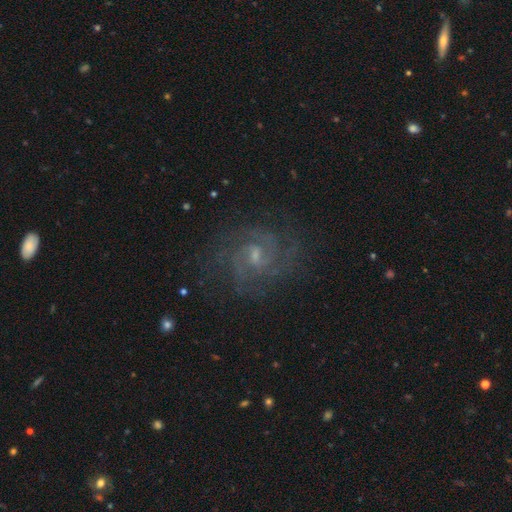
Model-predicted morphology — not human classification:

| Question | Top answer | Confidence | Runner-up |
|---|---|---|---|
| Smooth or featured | featured or disk | 88% | star or artifact (7%) |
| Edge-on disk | no | 98% | yes (2%) |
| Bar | weak | 62% | no (25%) |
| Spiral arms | yes | 97% | no (3%) |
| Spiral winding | medium | 46% | tight (45%) |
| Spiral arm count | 2 | 45% | 3 (20%) |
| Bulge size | small | 57% | moderate (31%) |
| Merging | none | 76% | minor disturbance (14%) |